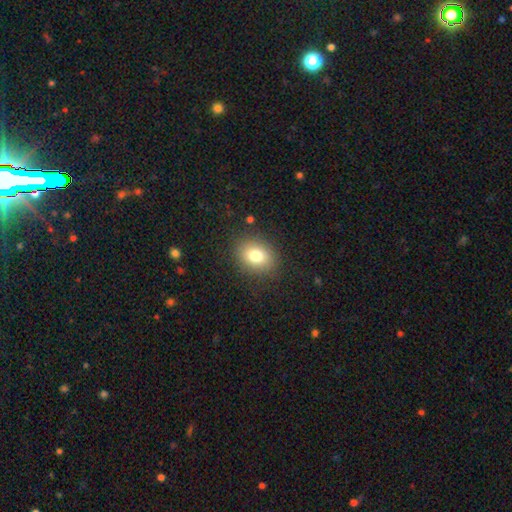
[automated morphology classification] type=smooth (78%); roundness=in between (53%); merging=none (86%).